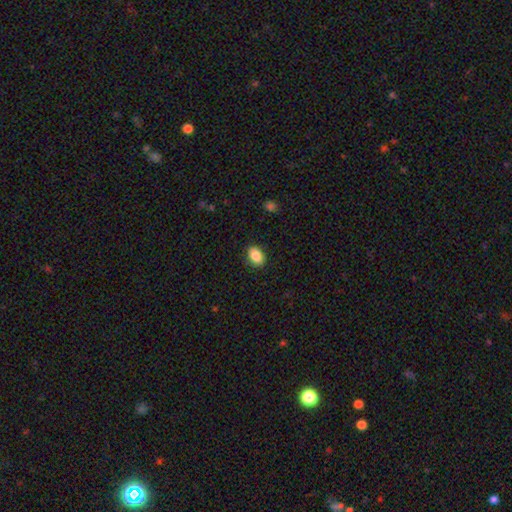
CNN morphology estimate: This appears to be a smooth galaxy with no disk features (88%) that is in between round and cigar-shaped (87%). Merging: none (88%).